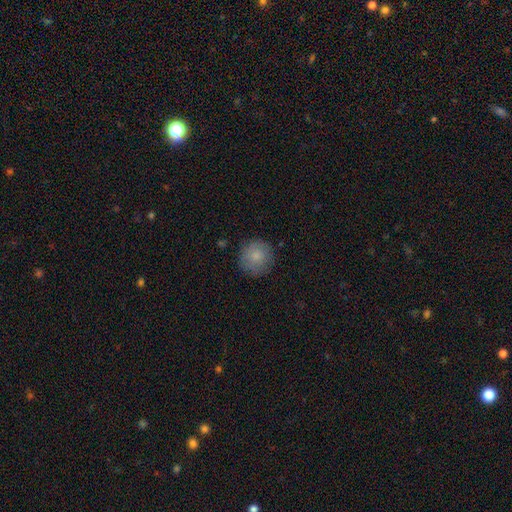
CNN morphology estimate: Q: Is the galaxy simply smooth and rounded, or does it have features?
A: smooth — 82%.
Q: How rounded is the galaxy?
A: round — 93%.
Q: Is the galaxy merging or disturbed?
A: none — 83%.